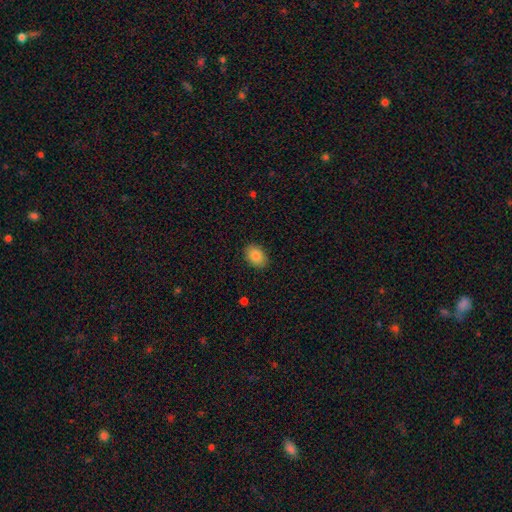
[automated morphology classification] This is clearly a smooth galaxy (86%). How rounded: clearly in between (81%). Merging: clearly none (89%).